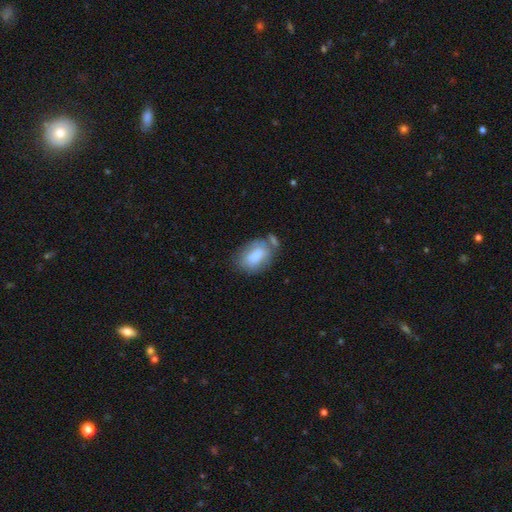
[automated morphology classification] smooth_or_featured: smooth (p=0.77) [alt: featured or disk p=0.16]
how_rounded: in between (p=0.86) [alt: round p=0.12]
merging: none (p=0.45) [alt: minor disturbance p=0.25]